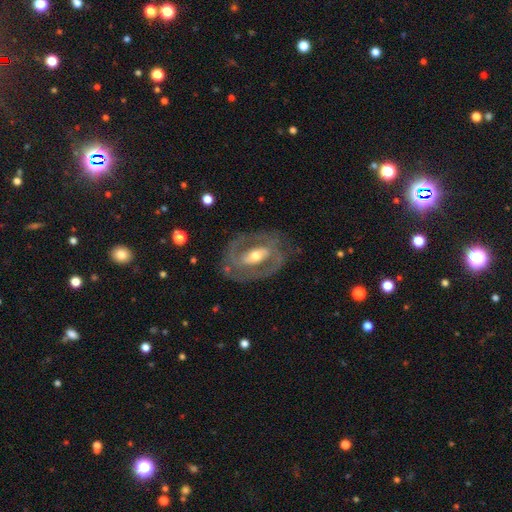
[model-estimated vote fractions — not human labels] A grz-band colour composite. It shows a featured or disk galaxy (81%) with a strong bar (41%), 2 (81%) medium (44%) spiral arms (73%) and a moderate central bulge (65%). Merging: none (74%).